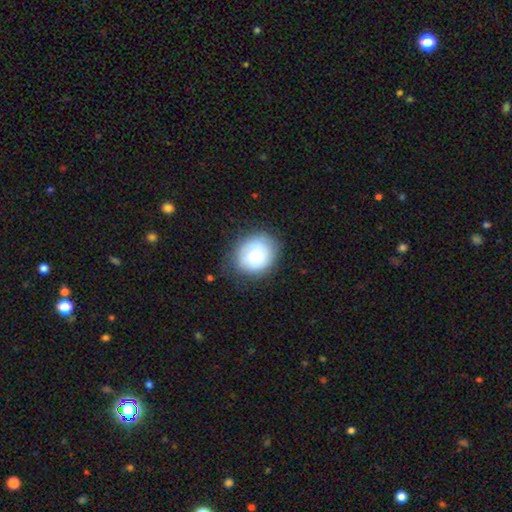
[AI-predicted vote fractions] A smooth galaxy with no disk features (72%) that is round (68%). Merging: none (73%).